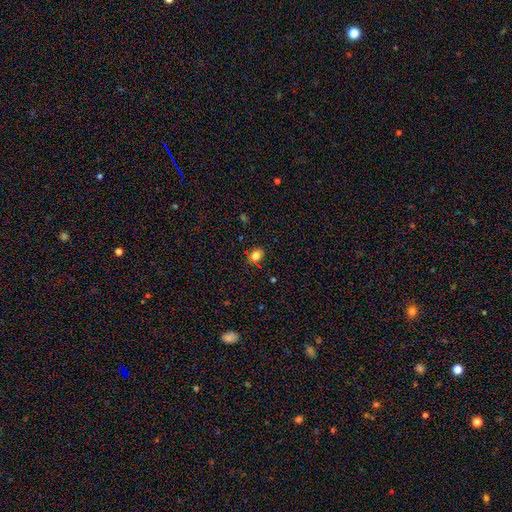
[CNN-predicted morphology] Smooth or featured? smooth (74%)
How rounded? round (63%)
Merging? none (83%)